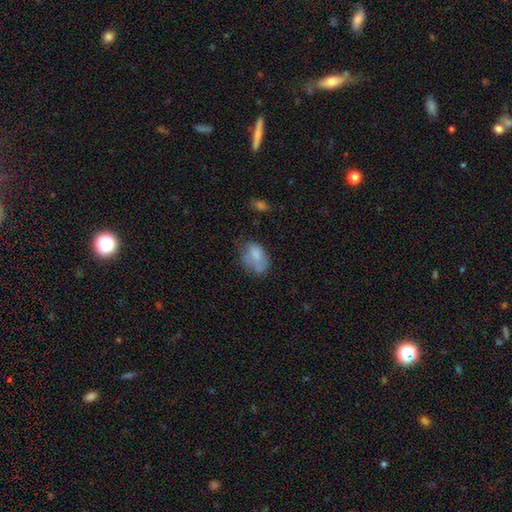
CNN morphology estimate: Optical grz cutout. It shows a smooth galaxy with no disk features (73%) that is in between round and cigar-shaped (81%). Merging: none (44%).